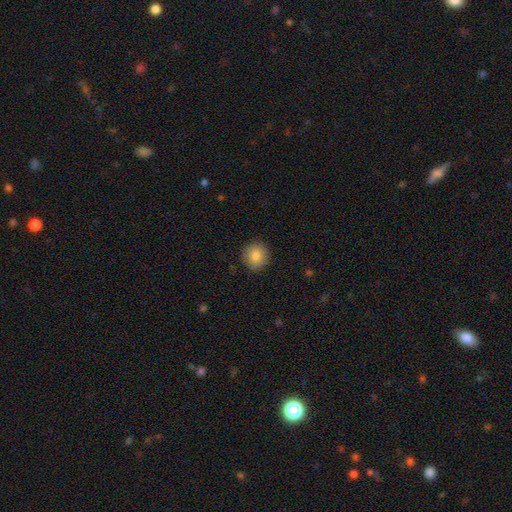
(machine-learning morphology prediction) smooth_or_featured: smooth (p=0.85) [alt: star or artifact p=0.08]
how_rounded: round (p=0.92) [alt: in between p=0.07]
merging: none (p=0.91) [alt: minor disturbance p=0.07]